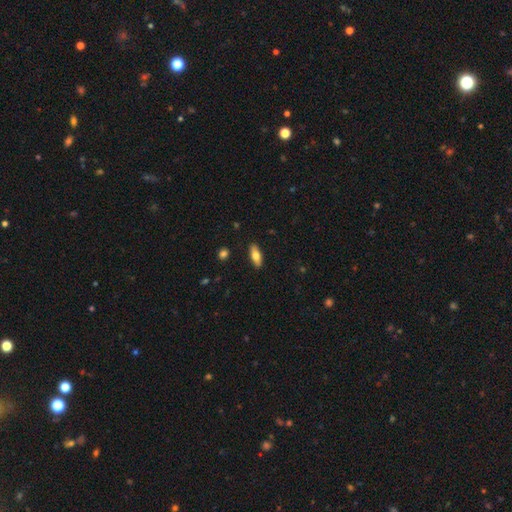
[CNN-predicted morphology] Q: Smooth or featured?
A: smooth (70%); runner-up: featured or disk (24%)
Q: How rounded?
A: in between (73%); runner-up: cigar-shaped (24%)
Q: Merging?
A: none (89%); runner-up: minor disturbance (8%)